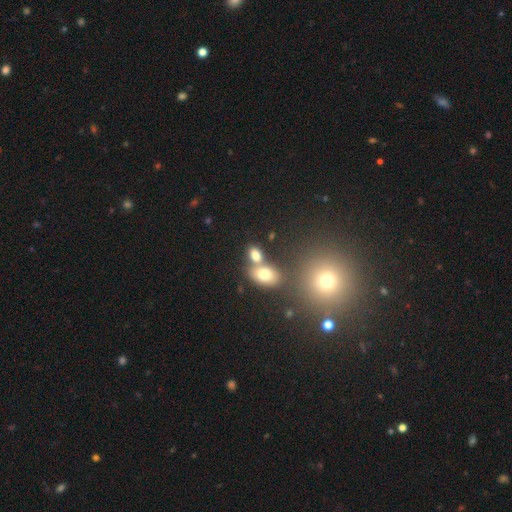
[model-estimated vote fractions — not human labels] This appears to be a smooth galaxy with no disk features (75%) that is in between round and cigar-shaped (80%). Merging: none (44%).